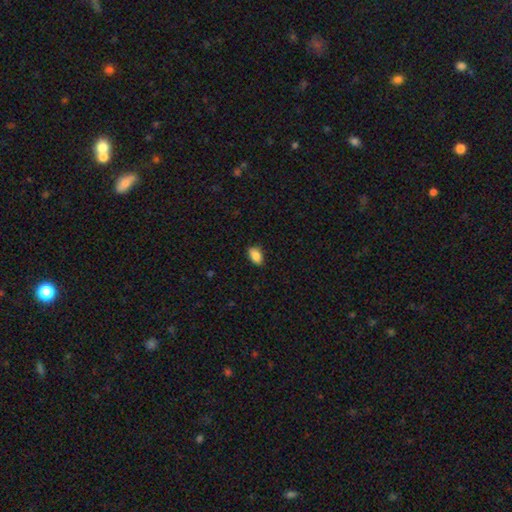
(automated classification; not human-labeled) Overall: smooth (86%). How rounded: in between (90%). Merging: none (83%).